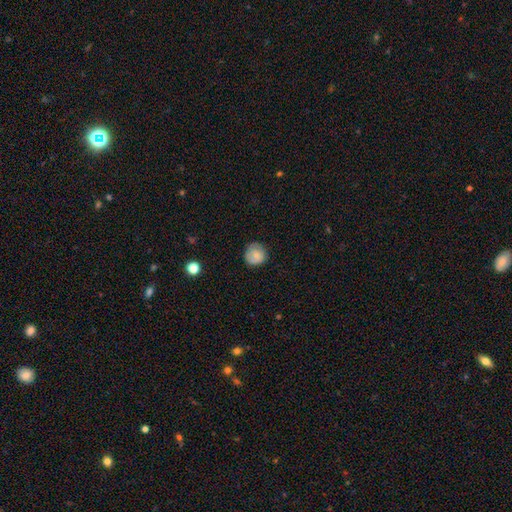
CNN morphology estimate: smooth 76%, featured or disk 15%, star or artifact 8%. Down the decision tree: how rounded — round (88%); merging — none (75%).